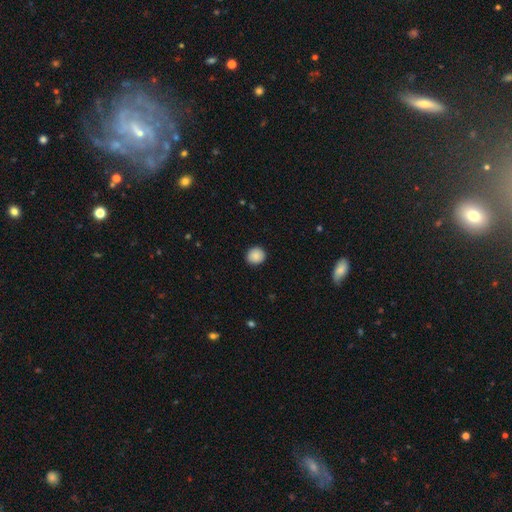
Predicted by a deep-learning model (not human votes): smooth-or-featured: smooth: 88% | star or artifact: 8% | featured or disk: 4%
  how-rounded: round: 86% | in between: 13% | cigar-shaped: 1%
  merging: none: 91% | minor disturbance: 6% | major disturbance: 2% | merger: 1%